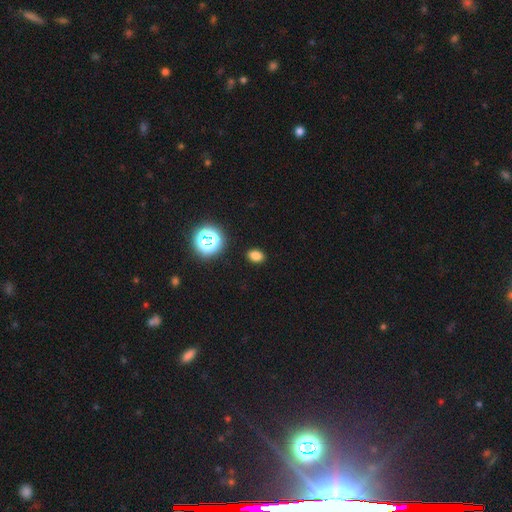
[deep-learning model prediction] Smooth or featured?
  - smooth: 76% *
  - star or artifact: 19%
  - featured or disk: 5%
How rounded?
  - in between: 73% *
  - round: 25%
  - cigar-shaped: 1%
Merging?
  - none: 89% *
  - minor disturbance: 7%
  - major disturbance: 2%
  - merger: 1%